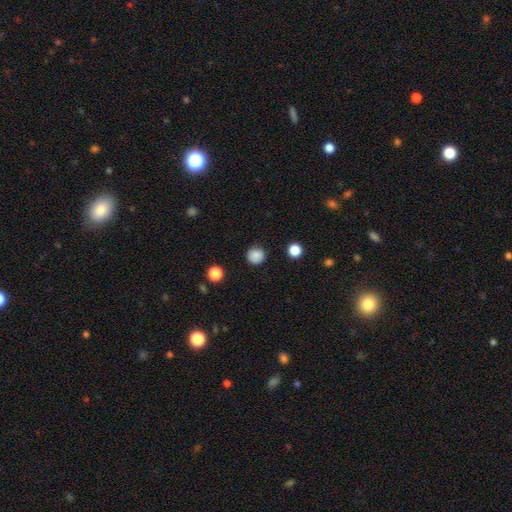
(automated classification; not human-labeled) A smooth galaxy with no disk features (84%) that is round (91%). Merging: none (86%).